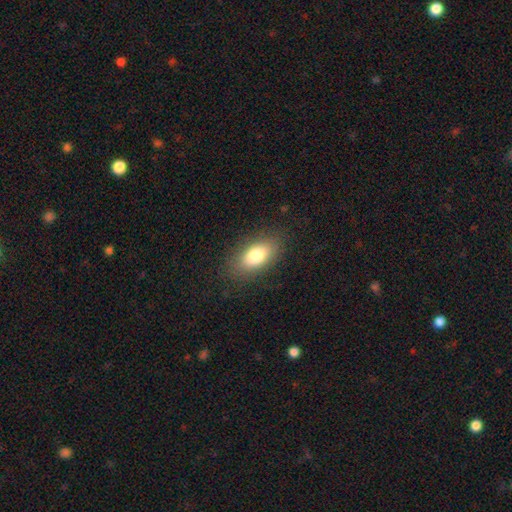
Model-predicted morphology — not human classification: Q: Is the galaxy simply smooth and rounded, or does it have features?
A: smooth — 79%.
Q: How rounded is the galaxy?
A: in between — 89%.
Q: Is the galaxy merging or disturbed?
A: none — 84%.